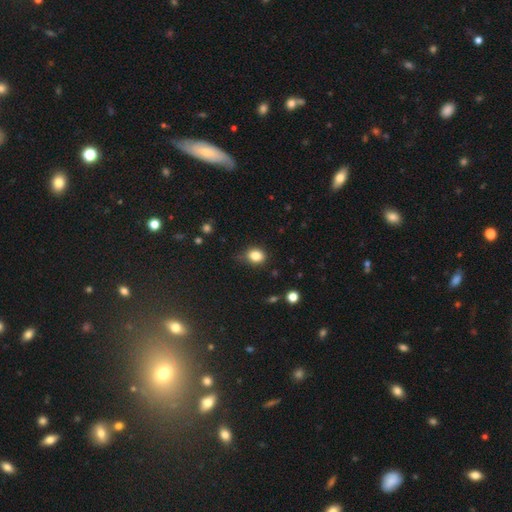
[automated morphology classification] Overall: smooth (83%). How rounded: in between (53%; round 46%). Merging: none (67%).